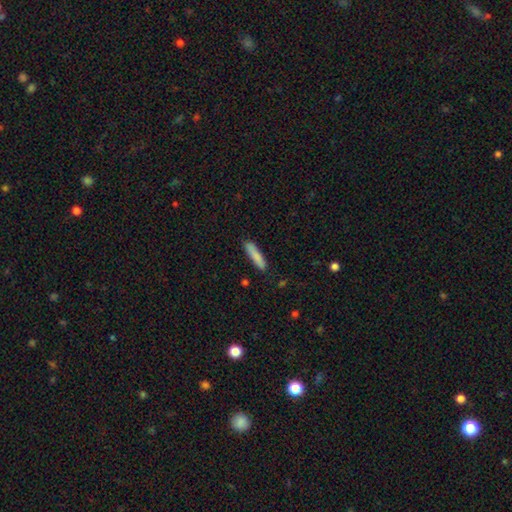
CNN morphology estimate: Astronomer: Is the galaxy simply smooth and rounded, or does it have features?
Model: smooth — 85%.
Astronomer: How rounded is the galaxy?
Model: cigar-shaped — 83%.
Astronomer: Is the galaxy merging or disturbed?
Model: none — 86%.